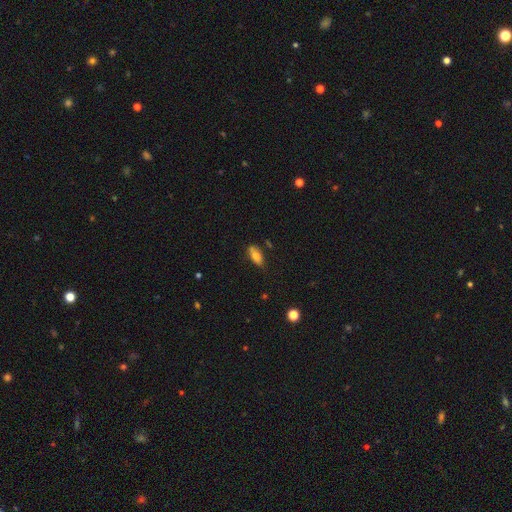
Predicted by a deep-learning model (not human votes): Smooth or featured? Predicted: smooth (p=0.74). How rounded? Predicted: in between (p=0.80). Merging? Predicted: none (p=0.70).